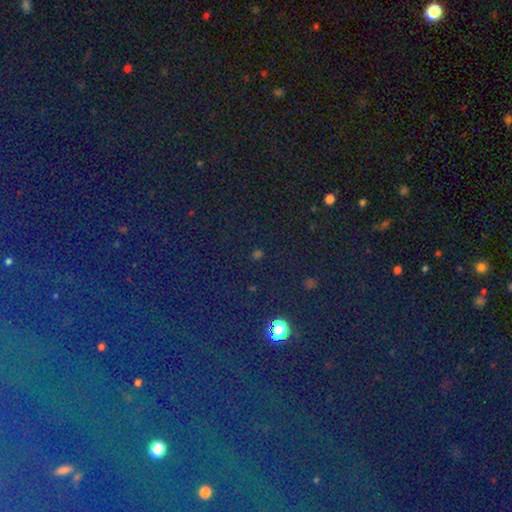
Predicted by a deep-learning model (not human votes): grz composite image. It shows a star or artifact, not a galaxy (74%).